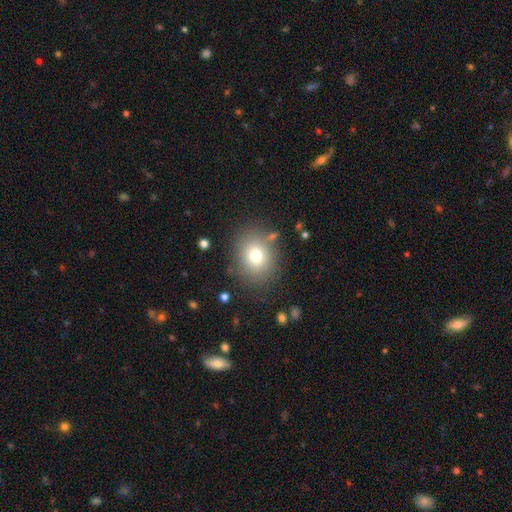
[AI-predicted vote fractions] Q: Smooth or featured?
A: smooth (76%); runner-up: star or artifact (13%)
Q: How rounded?
A: round (61%); runner-up: in between (38%)
Q: Merging?
A: none (80%); runner-up: minor disturbance (11%)